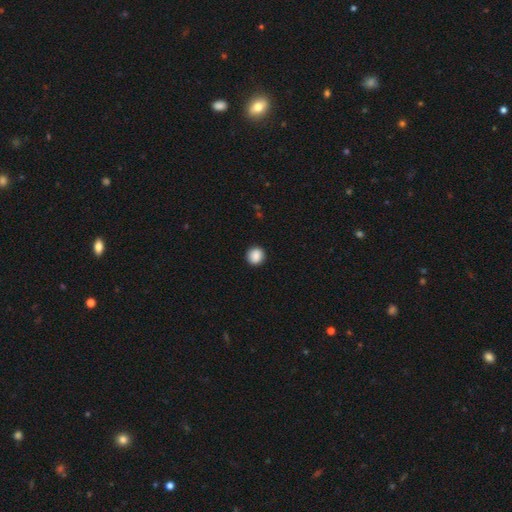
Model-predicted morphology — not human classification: Smooth or featured: smooth — 88% (star or artifact — 9%)
How rounded: round — 91% (in between — 8%)
Merging: none — 90% (minor disturbance — 7%)